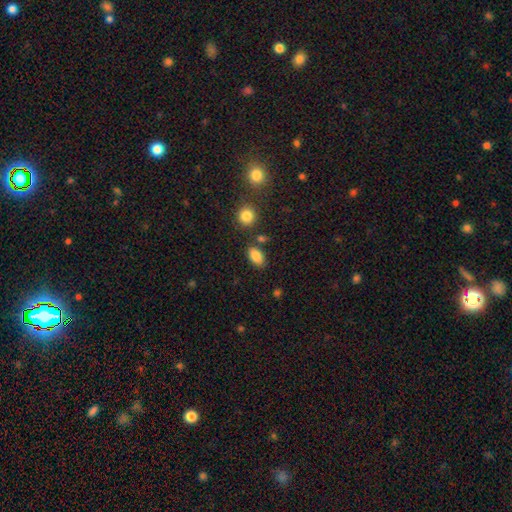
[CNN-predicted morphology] type=smooth (86%); roundness=in between (90%); merging=none (77%).